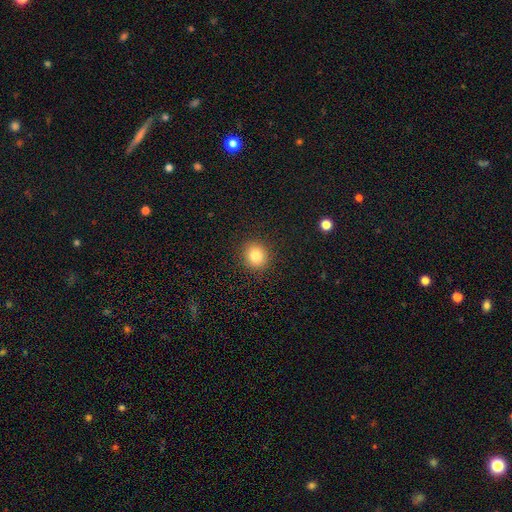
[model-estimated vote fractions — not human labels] This appears to be a smooth galaxy with no disk features (82%) that is round (88%). Merging: none (91%).